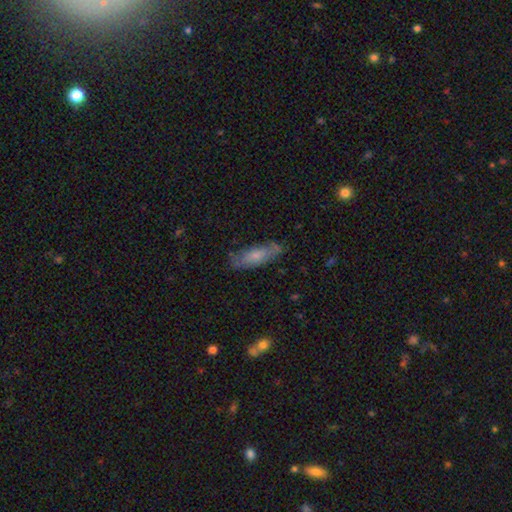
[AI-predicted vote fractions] smooth 64%, featured or disk 30%, star or artifact 6%. Down the decision tree: how rounded — in between (55%); merging — none (71%).